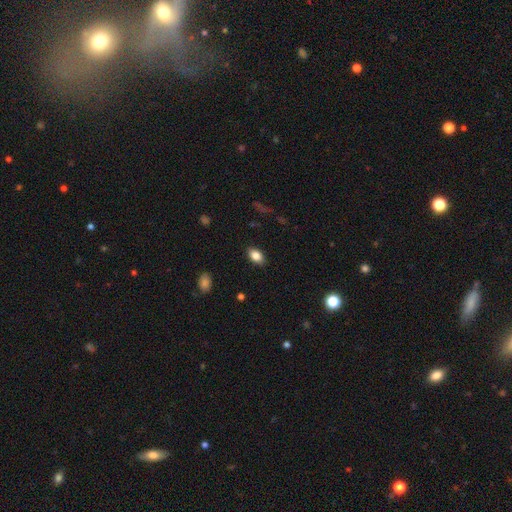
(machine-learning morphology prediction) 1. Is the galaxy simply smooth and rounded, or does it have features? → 84% smooth, 8% star or artifact, 7% featured or disk.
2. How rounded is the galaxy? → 88% in between, 10% round, 2% cigar-shaped.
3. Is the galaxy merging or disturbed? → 87% none, 9% minor disturbance, 2% major disturbance, 1% merger.